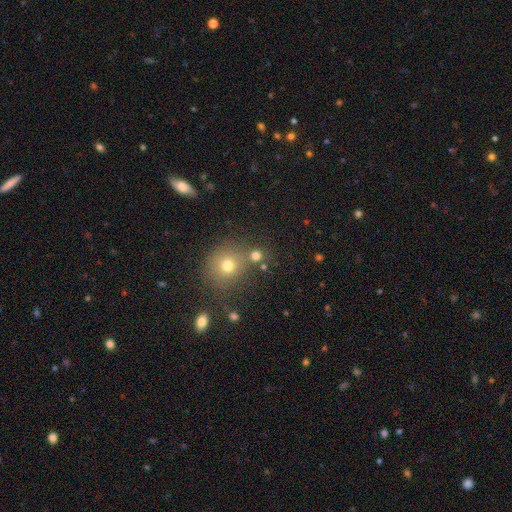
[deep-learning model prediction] Smooth or featured: smooth — 73% (star or artifact — 19%)
How rounded: round — 88% (in between — 11%)
Merging: none — 69% (merger — 20%)